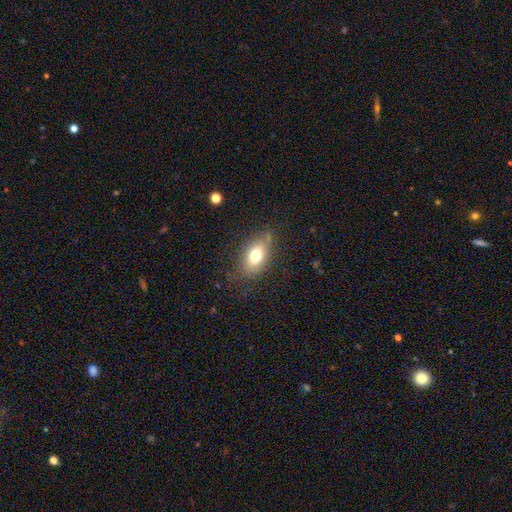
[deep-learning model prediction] smooth_or_featured: smooth (p=0.73) [alt: featured or disk p=0.17]
how_rounded: in between (p=0.85) [alt: round p=0.11]
merging: none (p=0.74) [alt: minor disturbance p=0.18]